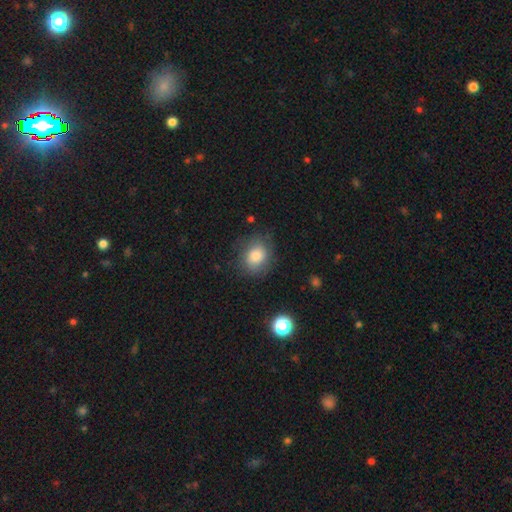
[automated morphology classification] Smooth or featured?
  - smooth: 82% *
  - star or artifact: 9%
  - featured or disk: 9%
How rounded?
  - round: 67% *
  - in between: 32%
  - cigar-shaped: 1%
Merging?
  - none: 76% *
  - minor disturbance: 16%
  - major disturbance: 6%
  - merger: 2%